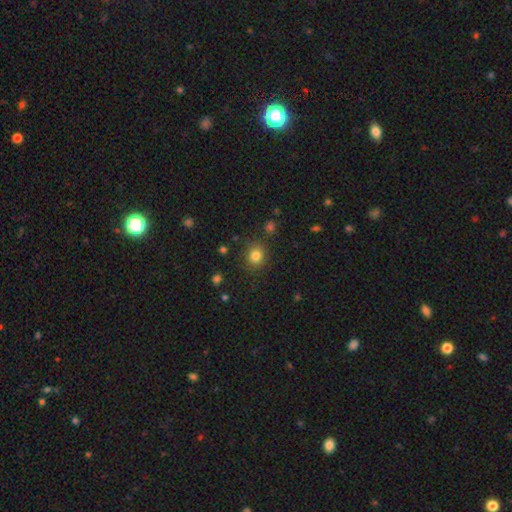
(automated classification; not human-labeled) Q: Smooth or featured?
A: smooth (82%); runner-up: star or artifact (13%)
Q: How rounded?
A: round (79%); runner-up: in between (20%)
Q: Merging?
A: none (83%); runner-up: minor disturbance (11%)